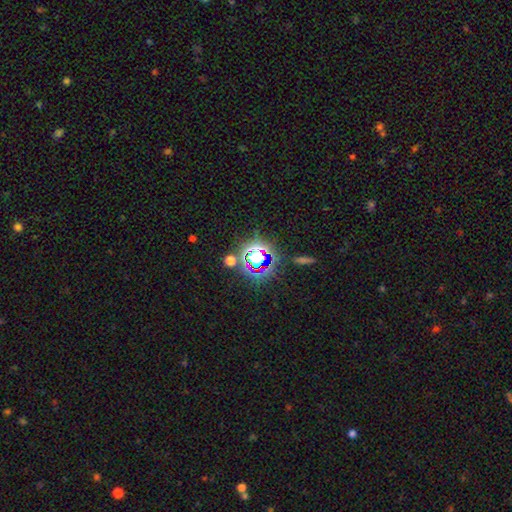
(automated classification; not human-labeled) Smooth or featured? Predicted: star or artifact (p=0.67).